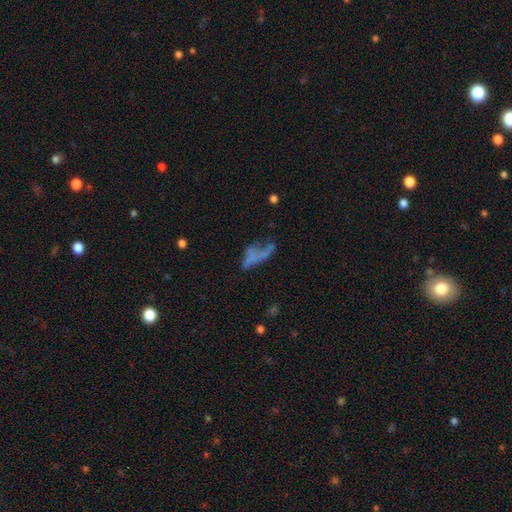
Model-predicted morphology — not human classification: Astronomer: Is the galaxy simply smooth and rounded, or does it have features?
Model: featured or disk — 41% (runner-up: smooth, 40%).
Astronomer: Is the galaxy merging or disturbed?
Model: major disturbance — 38% (runner-up: none, 29%).